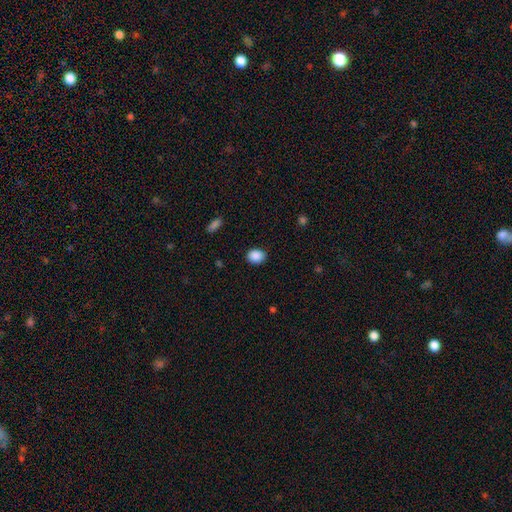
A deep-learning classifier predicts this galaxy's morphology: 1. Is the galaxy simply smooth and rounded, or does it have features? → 89% smooth, 8% star or artifact, 3% featured or disk.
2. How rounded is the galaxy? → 51% in between, 48% round, 1% cigar-shaped.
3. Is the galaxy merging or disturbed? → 87% none, 10% minor disturbance, 2% major disturbance, 1% merger.